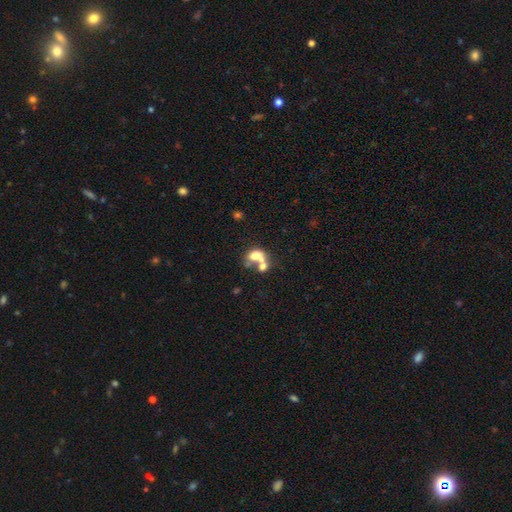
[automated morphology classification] smooth-or-featured: smooth: 60% | featured or disk: 28% | star or artifact: 13%
  how-rounded: in between: 58% | round: 41% | cigar-shaped: 1%
  merging: merger: 62% | none: 22% | major disturbance: 9% | minor disturbance: 8%